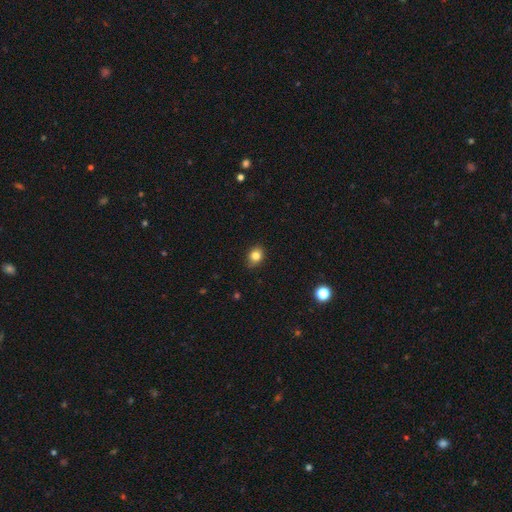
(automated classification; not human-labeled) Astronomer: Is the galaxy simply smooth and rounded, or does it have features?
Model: smooth — 82%.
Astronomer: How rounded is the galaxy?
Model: in between — 52% (runner-up: round, 47%).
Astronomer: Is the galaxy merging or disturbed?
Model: none — 83%.